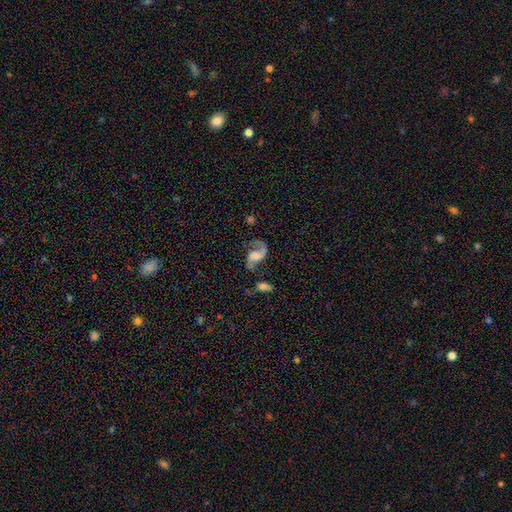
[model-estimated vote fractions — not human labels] This appears to be a featured or disk galaxy (85%) with no bar (49%), 2 (83%) loose (56%) spiral arms (96%) and a moderate central bulge (35%). Merging: none (54%).